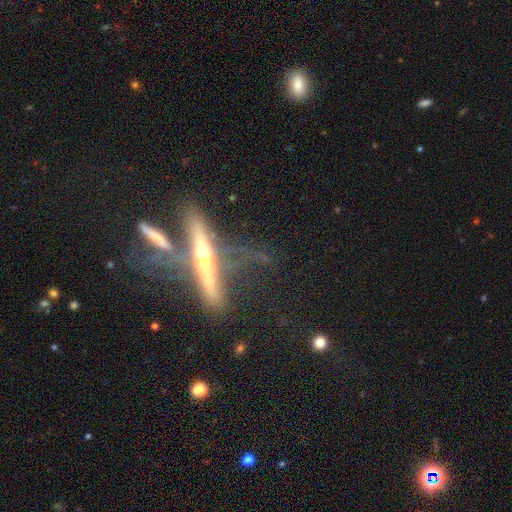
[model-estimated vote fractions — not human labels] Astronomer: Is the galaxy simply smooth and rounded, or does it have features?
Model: featured or disk — 73%.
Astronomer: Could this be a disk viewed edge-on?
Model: yes — 90%.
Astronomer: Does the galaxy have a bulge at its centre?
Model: rounded — 79%.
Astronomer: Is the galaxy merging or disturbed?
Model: none — 50%.